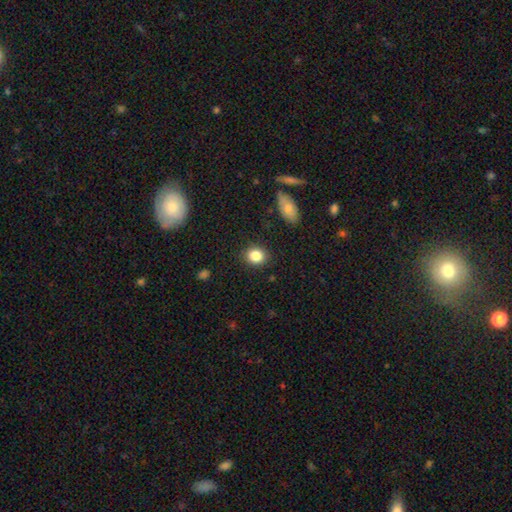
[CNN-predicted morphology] type=smooth (85%); roundness=round (65%); merging=none (89%).